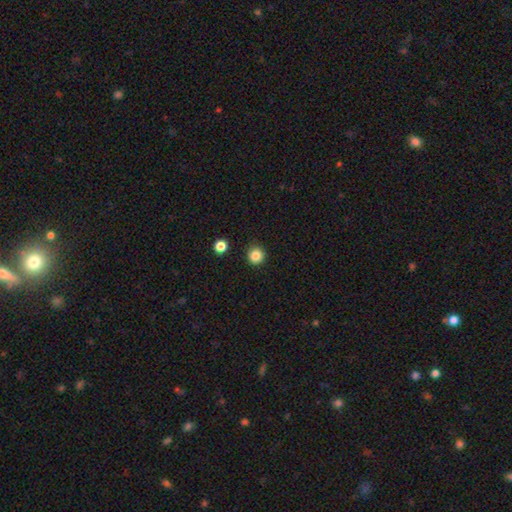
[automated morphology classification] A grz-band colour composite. It shows a smooth galaxy with no disk features (85%) that is round (95%). Merging: none (91%).